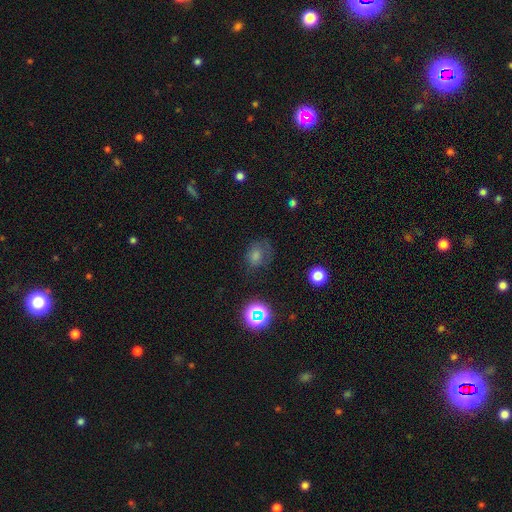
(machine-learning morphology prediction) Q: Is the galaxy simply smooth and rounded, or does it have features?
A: smooth — 59%.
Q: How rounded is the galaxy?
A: round — 54%.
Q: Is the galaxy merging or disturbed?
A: none — 58%.